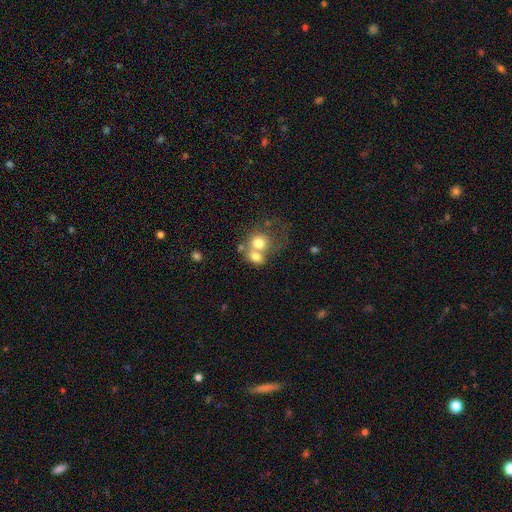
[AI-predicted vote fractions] This appears to be a smooth galaxy with no disk features (69%) that is round (61%). Merging: merger (62%).